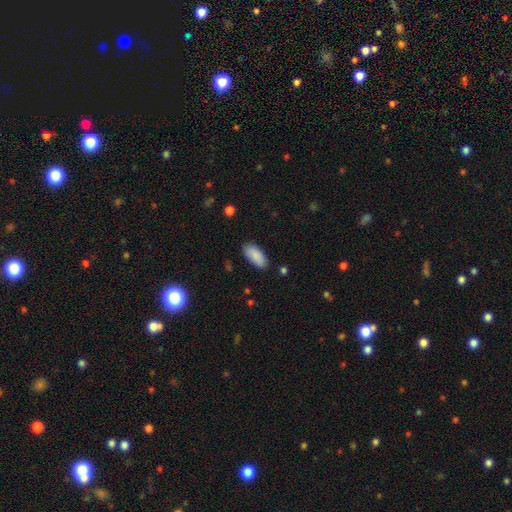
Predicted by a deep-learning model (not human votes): smooth-or-featured: smooth: 89% | star or artifact: 6% | featured or disk: 5%
  how-rounded: in between: 88% | cigar-shaped: 10% | round: 2%
  merging: none: 84% | minor disturbance: 12% | major disturbance: 2% | merger: 1%